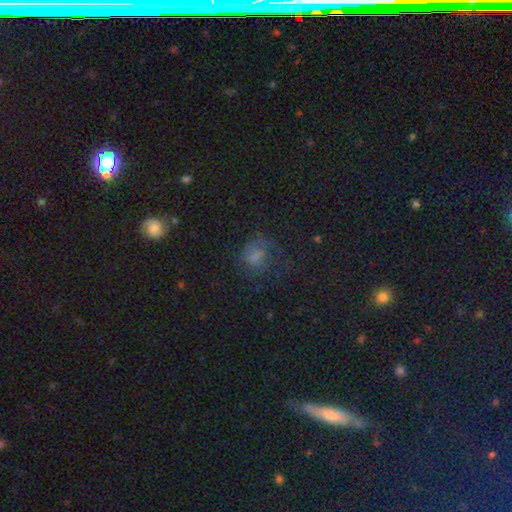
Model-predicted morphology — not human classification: Smooth or featured: smooth — 51% (star or artifact — 26%)
How rounded: round — 60% (in between — 39%)
Merging: none — 51% (major disturbance — 24%)